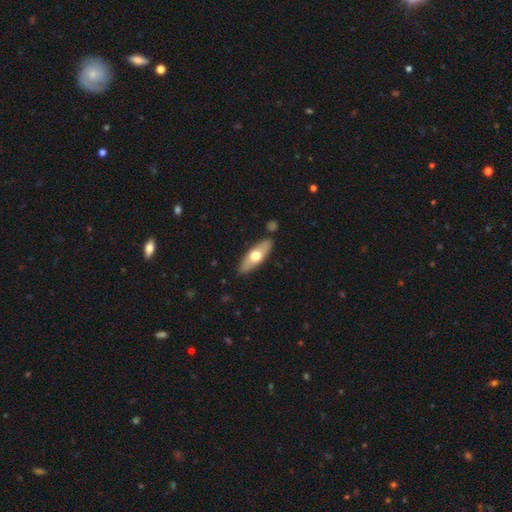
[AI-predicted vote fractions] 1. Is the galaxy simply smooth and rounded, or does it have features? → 56% smooth, 39% featured or disk, 5% star or artifact.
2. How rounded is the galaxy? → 60% in between, 37% cigar-shaped, 3% round.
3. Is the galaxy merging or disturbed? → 86% none, 9% minor disturbance, 3% merger, 2% major disturbance.